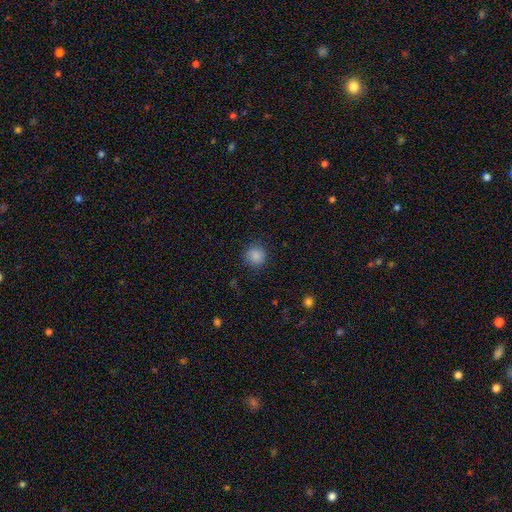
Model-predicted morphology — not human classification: Overall: smooth (86%). How rounded: round (89%). Merging: none (86%).